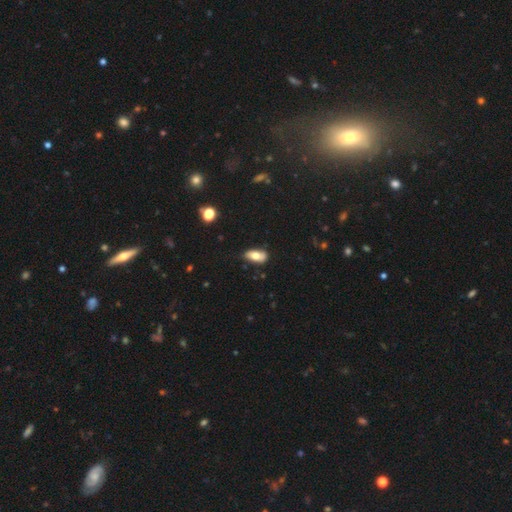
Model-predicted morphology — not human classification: A smooth galaxy with no disk features (73%) that is in between round and cigar-shaped (89%). Merging: none (70%).